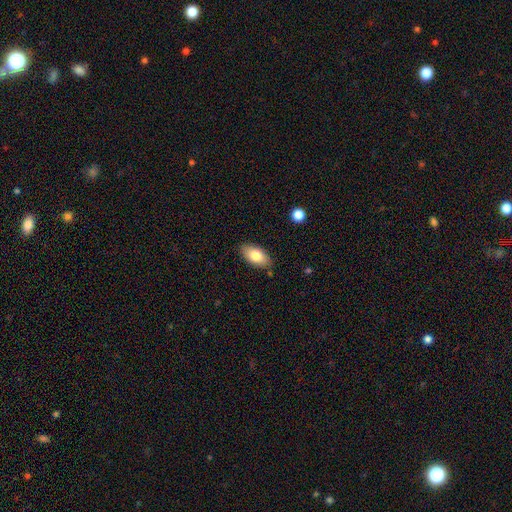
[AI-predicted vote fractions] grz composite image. It shows a smooth galaxy with no disk features (79%) that is in between round and cigar-shaped (93%). Merging: none (84%).